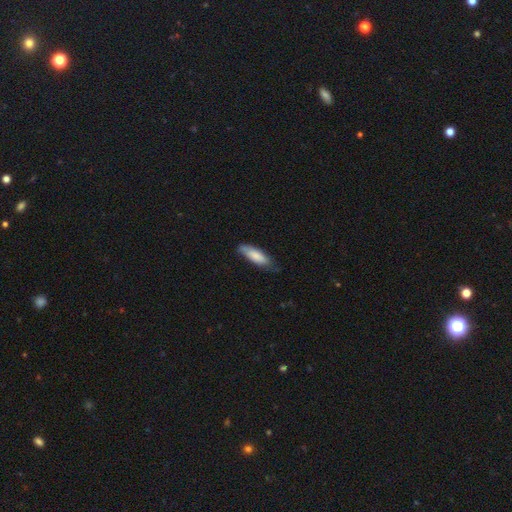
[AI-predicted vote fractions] Smooth or featured? Predicted: smooth (p=0.80). How rounded? Predicted: in between (p=0.52). Merging? Predicted: none (p=0.63).